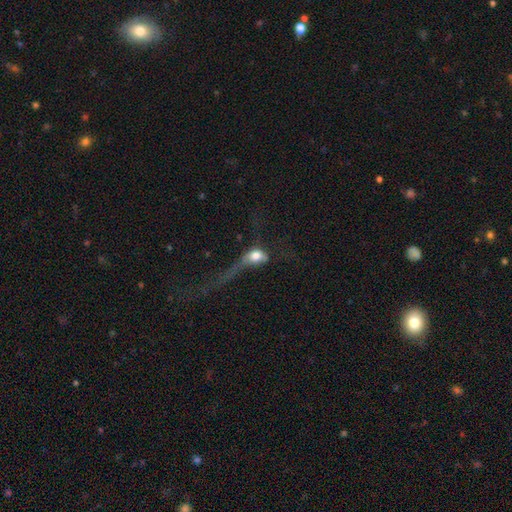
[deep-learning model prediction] smooth_or_featured: smooth (p=0.58) [alt: featured or disk p=0.31]
how_rounded: in between (p=0.59) [alt: round p=0.32]
merging: major disturbance (p=0.56) [alt: none p=0.18]